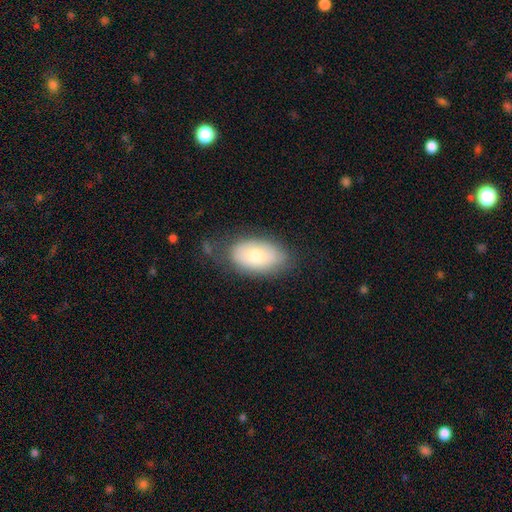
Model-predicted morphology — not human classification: Q: Smooth or featured?
A: smooth (70%); runner-up: featured or disk (23%)
Q: How rounded?
A: in between (92%); runner-up: round (7%)
Q: Merging?
A: none (68%); runner-up: minor disturbance (23%)